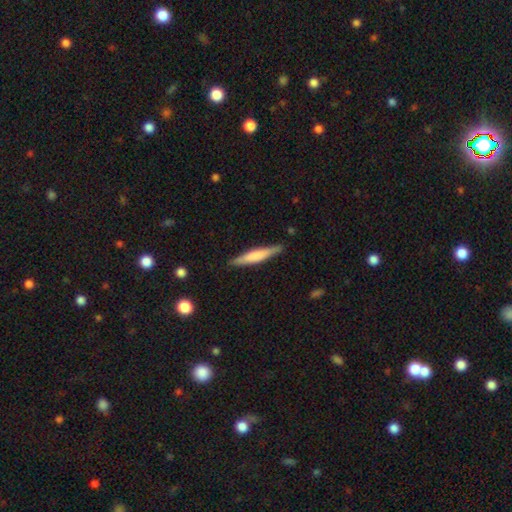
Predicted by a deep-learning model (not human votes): smooth_or_featured: smooth (p=0.58) [alt: featured or disk p=0.36]
how_rounded: cigar-shaped (p=0.92) [alt: in between p=0.07]
merging: none (p=0.87) [alt: minor disturbance p=0.10]